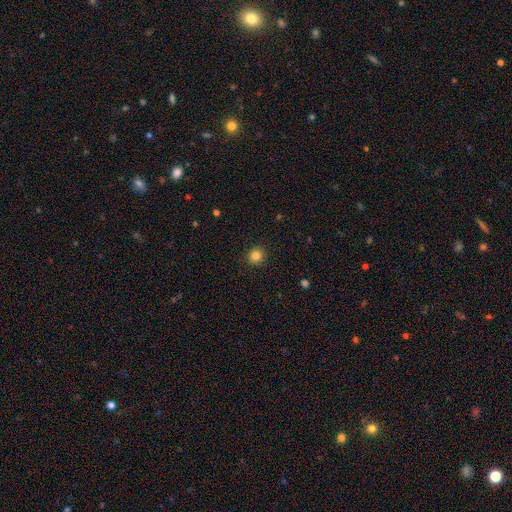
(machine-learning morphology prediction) Q: Smooth or featured?
A: smooth (84%); runner-up: star or artifact (11%)
Q: How rounded?
A: round (89%); runner-up: in between (10%)
Q: Merging?
A: none (91%); runner-up: minor disturbance (6%)